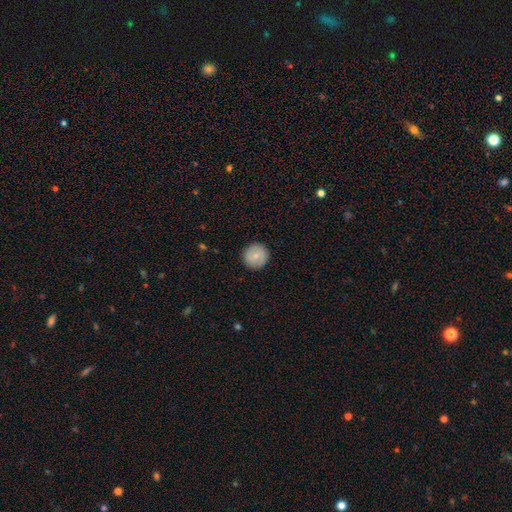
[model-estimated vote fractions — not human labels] This appears to be a smooth galaxy with no disk features (76%) that is round (94%). Merging: none (90%).